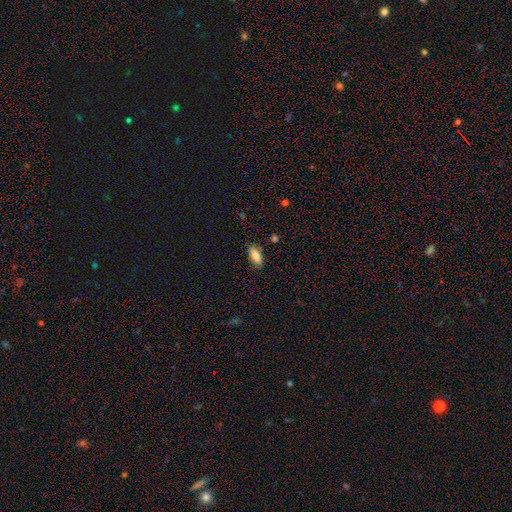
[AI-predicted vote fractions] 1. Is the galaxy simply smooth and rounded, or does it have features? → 81% smooth, 11% featured or disk, 8% star or artifact.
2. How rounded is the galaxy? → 78% in between, 19% cigar-shaped, 3% round.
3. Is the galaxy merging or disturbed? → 83% none, 13% minor disturbance, 2% major disturbance, 2% merger.